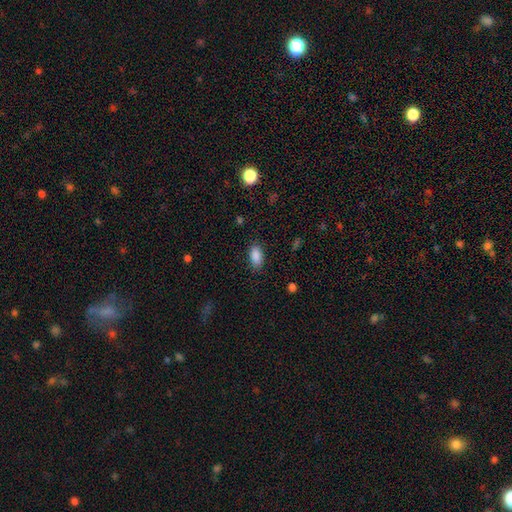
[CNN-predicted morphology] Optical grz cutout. It shows a smooth galaxy with no disk features (88%) that is in between round and cigar-shaped (92%). Merging: none (85%).